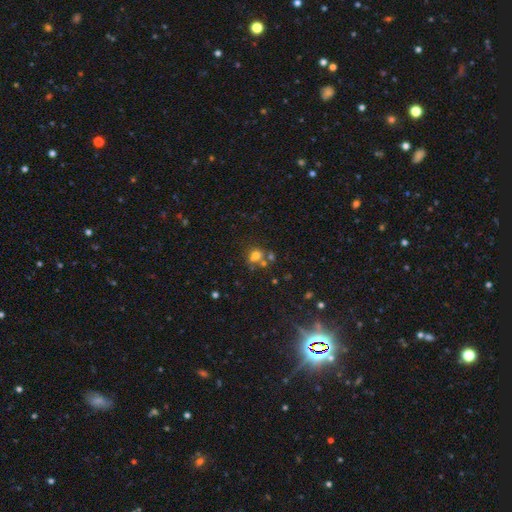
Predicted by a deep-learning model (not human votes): A smooth galaxy with no disk features (65%) that is round (63%).

Vote fractions:
- Smooth or featured? smooth: 65% / star or artifact: 20% / featured or disk: 15%
- How rounded? round: 63% / in between: 36% / cigar-shaped: 1%
- Merging? none: 47% / merger: 33% / minor disturbance: 13% / major disturbance: 6%